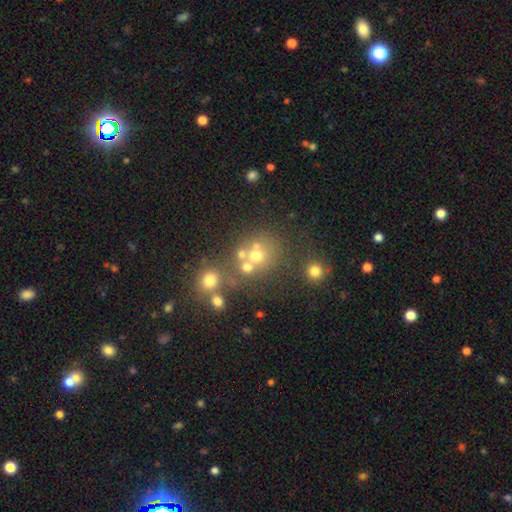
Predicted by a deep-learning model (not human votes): Smooth or featured?
  - smooth: 56% *
  - star or artifact: 24%
  - featured or disk: 20%
How rounded?
  - round: 83% *
  - in between: 16%
  - cigar-shaped: 1%
Merging?
  - none: 53% *
  - merger: 32%
  - minor disturbance: 10%
  - major disturbance: 6%